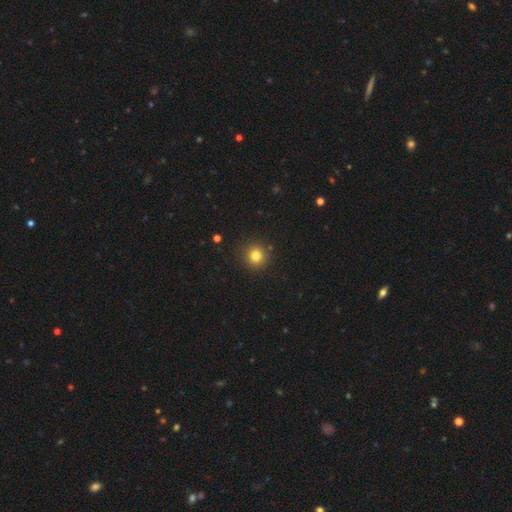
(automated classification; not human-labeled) A smooth galaxy with no disk features (80%) that is round (94%). Merging: none (90%).